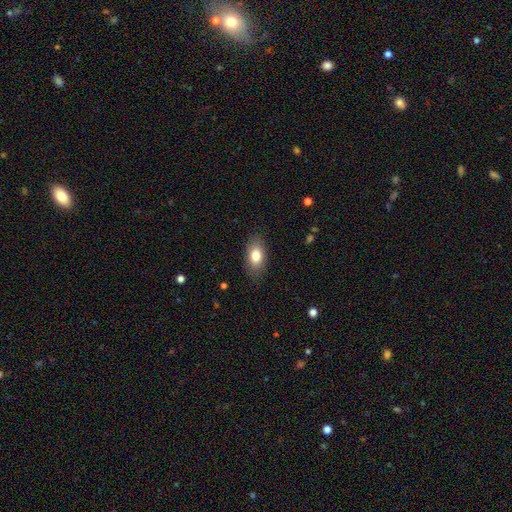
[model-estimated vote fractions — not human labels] smooth_or_featured: smooth (p=0.80) [alt: featured or disk p=0.13]
how_rounded: in between (p=0.90) [alt: round p=0.06]
merging: none (p=0.85) [alt: minor disturbance p=0.12]